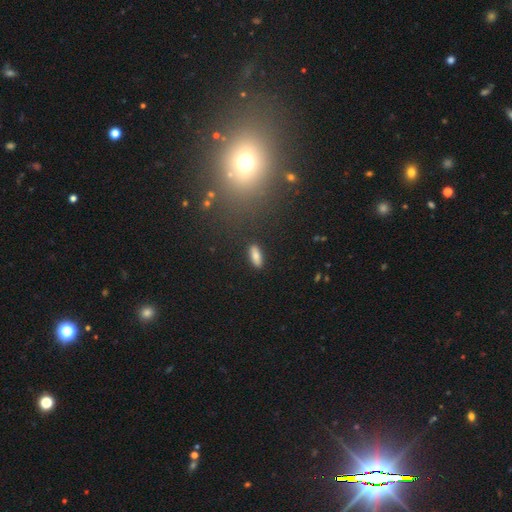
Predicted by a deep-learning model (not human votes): Smooth or featured? smooth (81%)
How rounded? in between (68%)
Merging? none (87%)